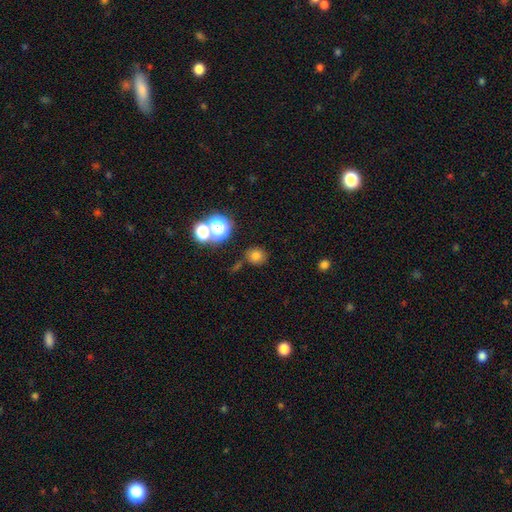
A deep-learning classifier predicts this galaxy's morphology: smooth 74%, star or artifact 19%, featured or disk 7%. Down the decision tree: how rounded — round (82%); merging — none (75%).